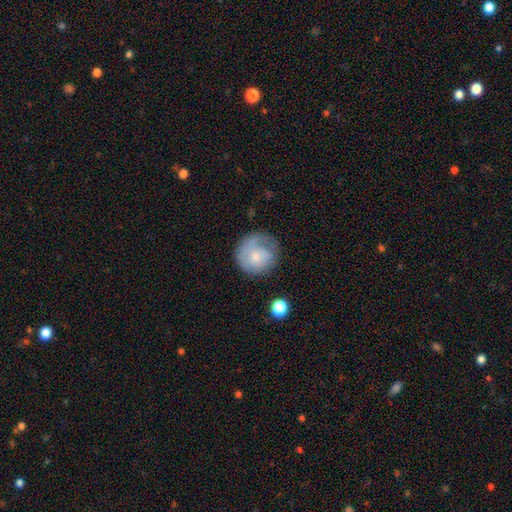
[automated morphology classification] Smooth or featured? smooth (57%)
How rounded? round (88%)
Merging? none (56%)